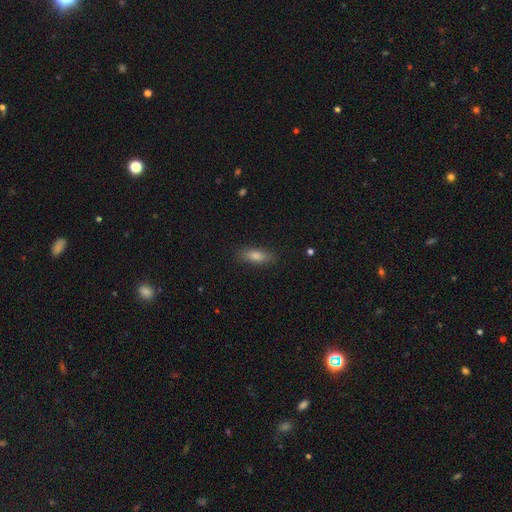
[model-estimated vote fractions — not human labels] Smooth or featured?
  - smooth: 78% *
  - featured or disk: 13%
  - star or artifact: 9%
How rounded?
  - in between: 63% *
  - cigar-shaped: 33%
  - round: 3%
Merging?
  - none: 87% *
  - minor disturbance: 10%
  - major disturbance: 2%
  - merger: 1%